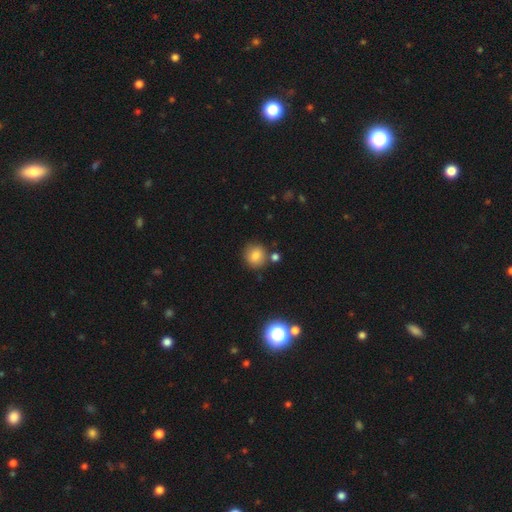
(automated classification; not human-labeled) A smooth galaxy with no disk features (82%) that is round (86%).

Vote fractions:
- Smooth or featured? smooth: 82% / star or artifact: 12% / featured or disk: 7%
- How rounded? round: 86% / in between: 13% / cigar-shaped: 1%
- Merging? none: 78% / minor disturbance: 10% / merger: 9% / major disturbance: 3%